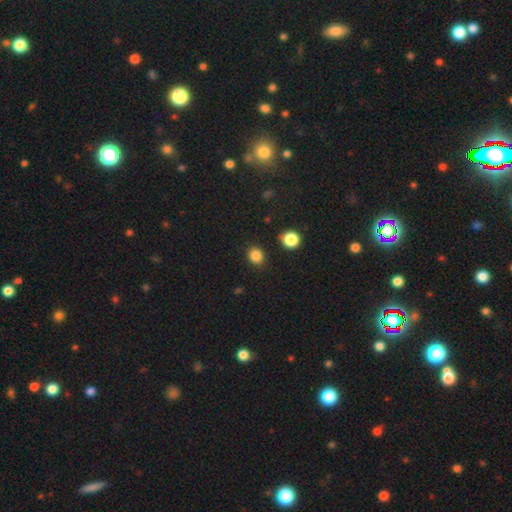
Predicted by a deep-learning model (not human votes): Morphology: type=smooth (85%); roundness=round (67%); merging=none (86%).